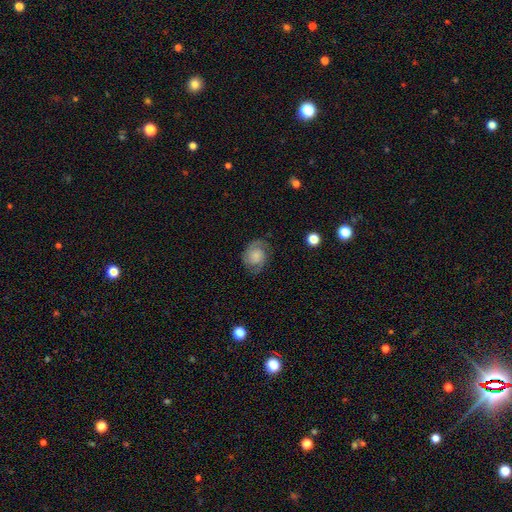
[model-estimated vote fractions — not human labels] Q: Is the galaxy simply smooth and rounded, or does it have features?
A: featured or disk — 57%.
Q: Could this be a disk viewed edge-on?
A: no — 97%.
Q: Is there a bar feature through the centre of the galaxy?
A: no — 72%.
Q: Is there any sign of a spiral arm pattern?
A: yes — 91%.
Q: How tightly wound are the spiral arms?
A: medium — 44%.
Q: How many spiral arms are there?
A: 2 — 80%.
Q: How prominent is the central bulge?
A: none — 32%.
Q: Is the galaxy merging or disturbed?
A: none — 72%.